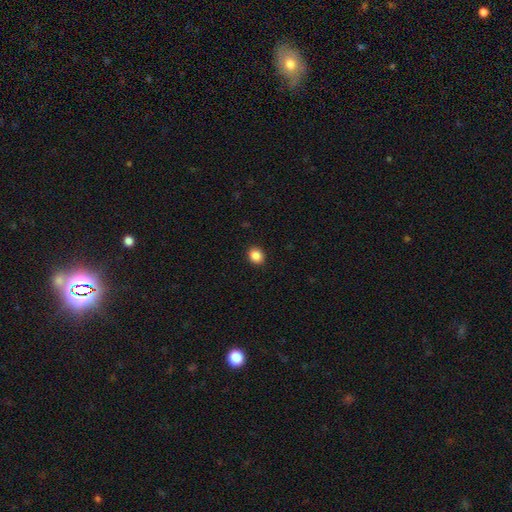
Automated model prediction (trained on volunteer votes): This appears to be a smooth galaxy with no disk features (88%) that is round (67%). Merging: none (92%).